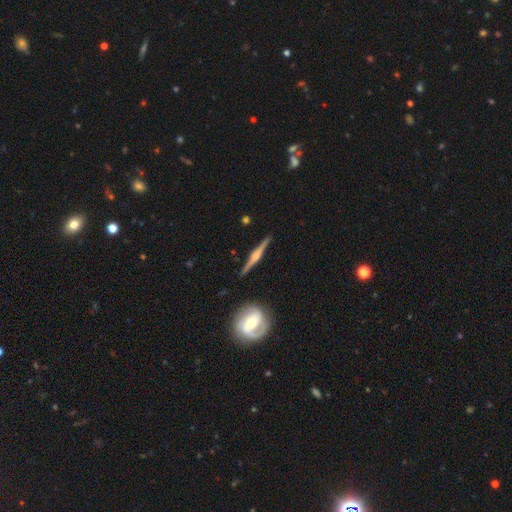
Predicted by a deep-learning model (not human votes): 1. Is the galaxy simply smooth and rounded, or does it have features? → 82% featured or disk, 14% smooth, 5% star or artifact.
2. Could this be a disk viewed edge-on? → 98% yes, 2% no.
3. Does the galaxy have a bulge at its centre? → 86% rounded, 10% boxy, 4% none.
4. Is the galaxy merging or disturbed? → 90% none, 7% minor disturbance, 2% major disturbance, 2% merger.